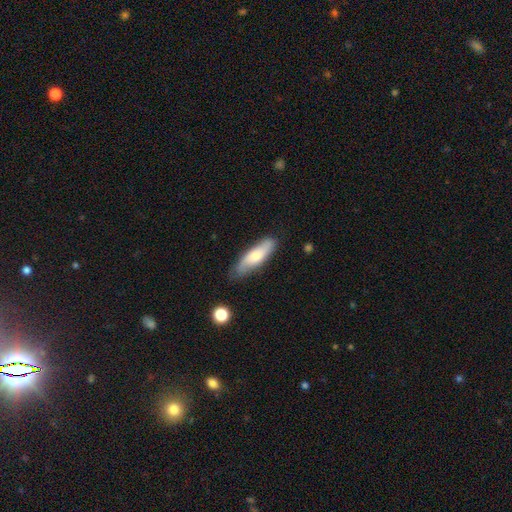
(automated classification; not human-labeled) Overall: smooth (63%; featured or disk 31%). How rounded: cigar-shaped (53%; in between 45%). Merging: none (74%).